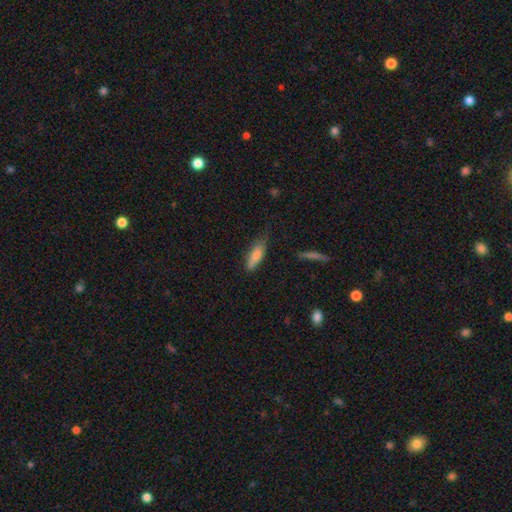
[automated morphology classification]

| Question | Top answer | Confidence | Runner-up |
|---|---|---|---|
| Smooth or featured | smooth | 81% | featured or disk (12%) |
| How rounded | in between | 50% | cigar-shaped (48%) |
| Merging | none | 58% | minor disturbance (32%) |